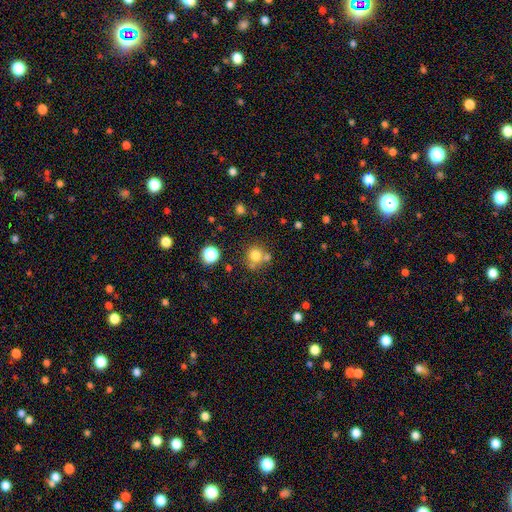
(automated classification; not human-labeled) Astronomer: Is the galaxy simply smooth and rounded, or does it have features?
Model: smooth — 75%.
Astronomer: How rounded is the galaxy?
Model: round — 87%.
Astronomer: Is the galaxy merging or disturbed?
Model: none — 60%.